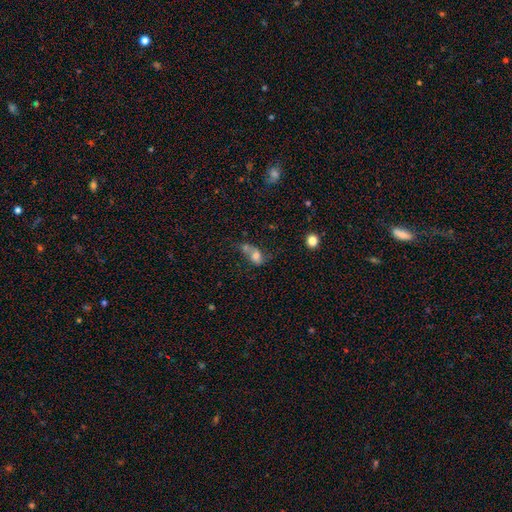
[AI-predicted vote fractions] smooth 61%, featured or disk 27%, star or artifact 13%. Down the decision tree: how rounded — in between (65%); merging — merger (45%).